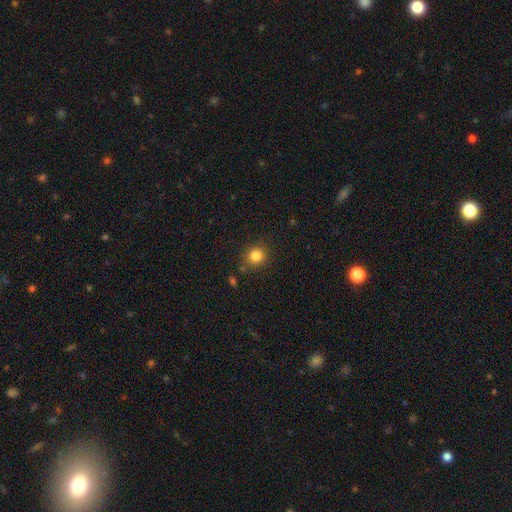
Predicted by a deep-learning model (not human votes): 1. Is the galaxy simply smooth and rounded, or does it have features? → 83% smooth, 12% star or artifact, 5% featured or disk.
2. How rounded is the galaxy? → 87% round, 12% in between, 1% cigar-shaped.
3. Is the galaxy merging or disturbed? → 86% none, 8% minor disturbance, 3% merger, 2% major disturbance.